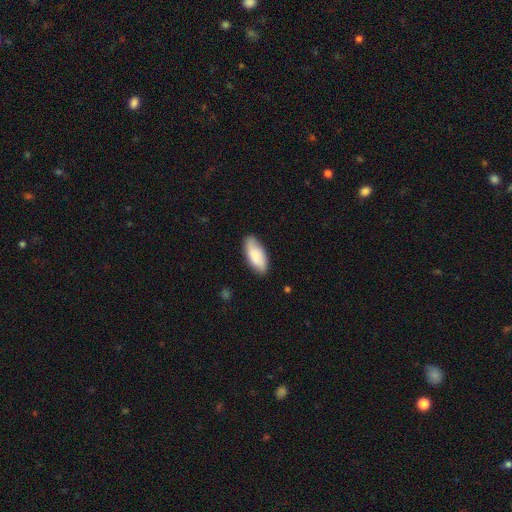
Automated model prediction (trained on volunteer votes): Q: Smooth or featured?
A: smooth (79%); runner-up: featured or disk (15%)
Q: How rounded?
A: in between (88%); runner-up: cigar-shaped (10%)
Q: Merging?
A: none (81%); runner-up: minor disturbance (15%)